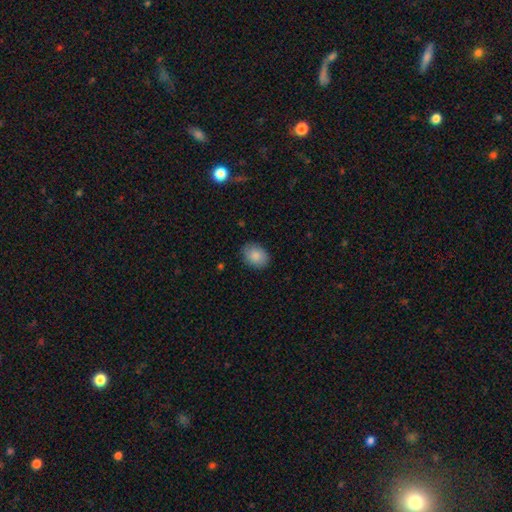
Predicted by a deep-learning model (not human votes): This is clearly a smooth galaxy (87%). How rounded: likely in between (64%). Merging: clearly none (84%).